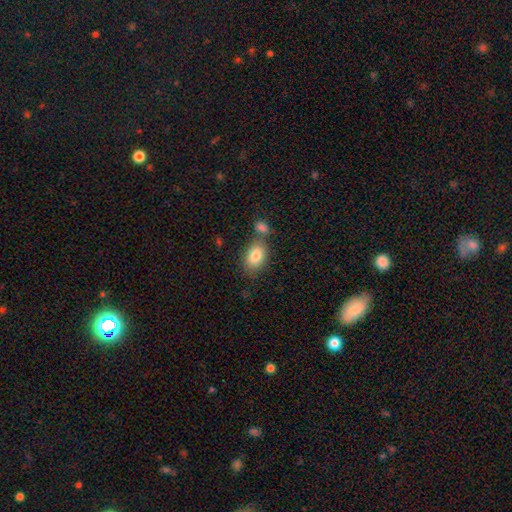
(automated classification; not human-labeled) A smooth galaxy with no disk features (83%) that is in between round and cigar-shaped (86%). Merging: none (61%).